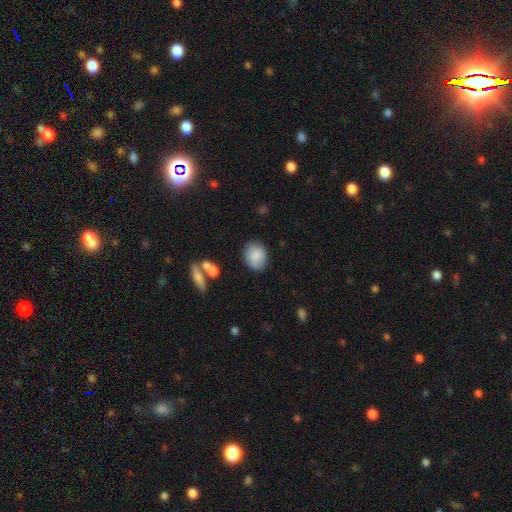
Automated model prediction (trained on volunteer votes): Smooth or featured? smooth (85%)
How rounded? in between (59%)
Merging? none (79%)